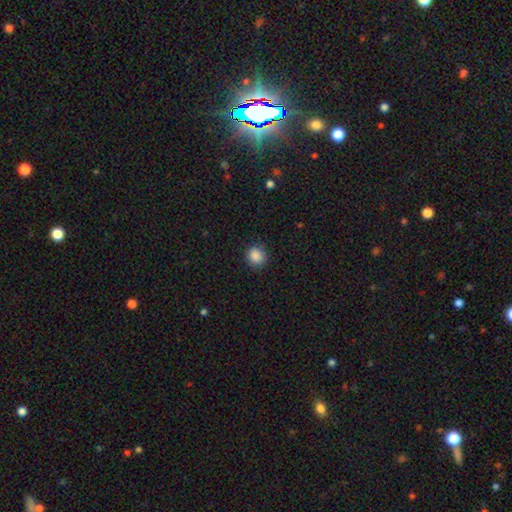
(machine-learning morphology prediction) This is clearly a smooth galaxy (87%). How rounded: clearly round (87%). Merging: clearly none (88%).